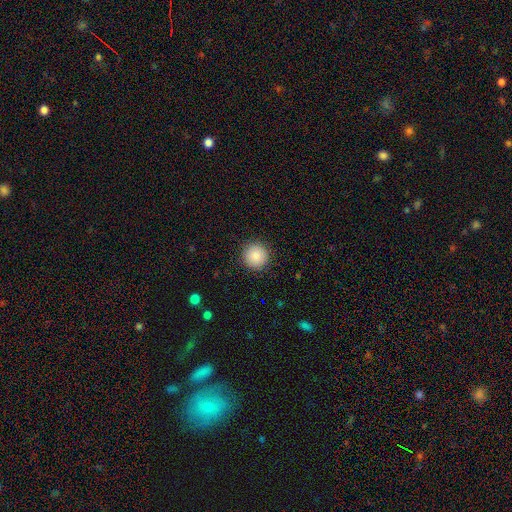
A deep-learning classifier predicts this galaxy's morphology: Overall: smooth (86%). How rounded: round (96%). Merging: none (92%).